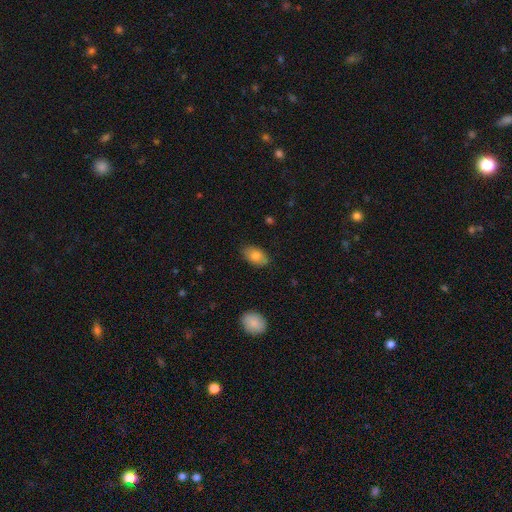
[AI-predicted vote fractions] Overall: smooth (82%). How rounded: in between (91%). Merging: none (83%).